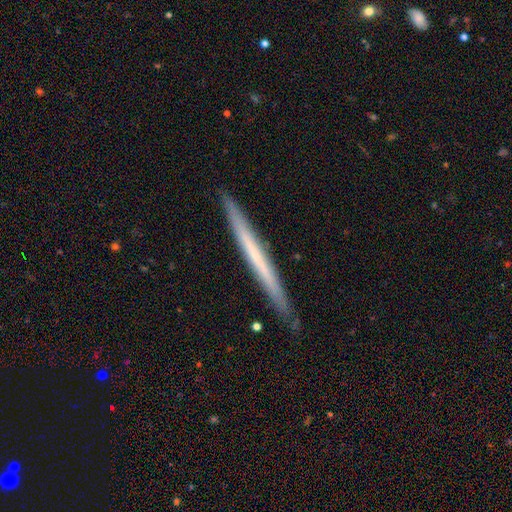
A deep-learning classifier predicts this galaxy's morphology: Smooth or featured: featured or disk — 50% (smooth — 44%)
Merging: none — 90% (minor disturbance — 7%)